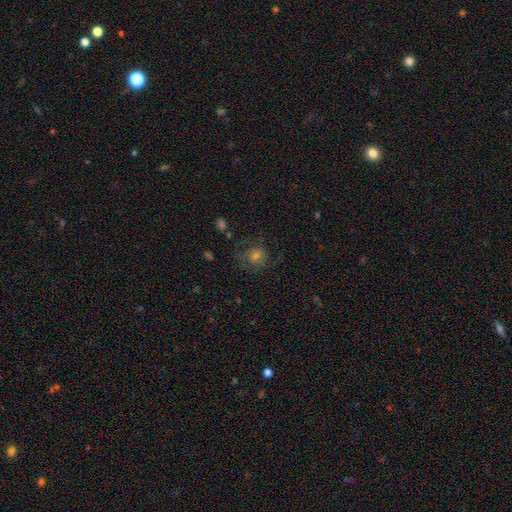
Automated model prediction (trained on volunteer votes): A smooth galaxy with no disk features (50%) that is round (82%).

Vote fractions:
- Smooth or featured? smooth: 50% / featured or disk: 27% / star or artifact: 23%
- How rounded? round: 82% / in between: 17% / cigar-shaped: 1%
- Merging? none: 65% / minor disturbance: 18% / major disturbance: 15% / merger: 2%